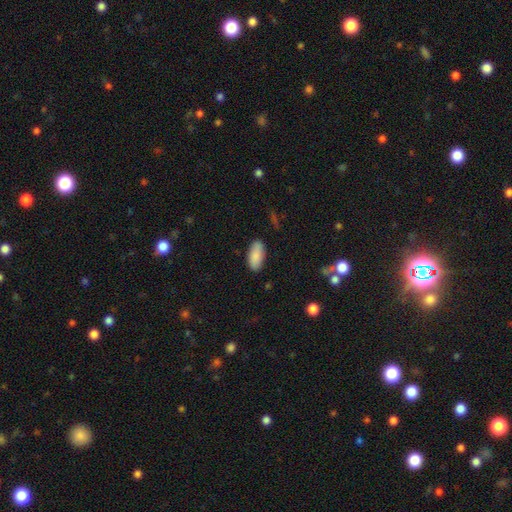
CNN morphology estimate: The model was most divided on "merging": none: 86%, minor disturbance: 10%, major disturbance: 2%, merger: 1%. More confident: how rounded — in between (90%); smooth or featured — smooth (88%).